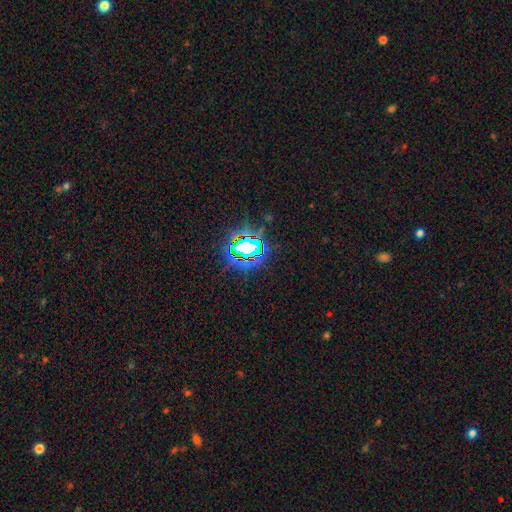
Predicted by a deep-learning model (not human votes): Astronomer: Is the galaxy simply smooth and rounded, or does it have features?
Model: star or artifact — 78%.